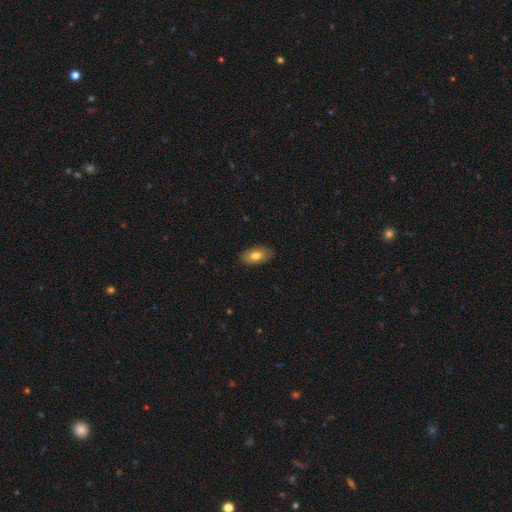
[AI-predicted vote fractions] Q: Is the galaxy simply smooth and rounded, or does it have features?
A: smooth — 77%.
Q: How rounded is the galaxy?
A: in between — 92%.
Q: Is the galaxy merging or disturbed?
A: none — 87%.